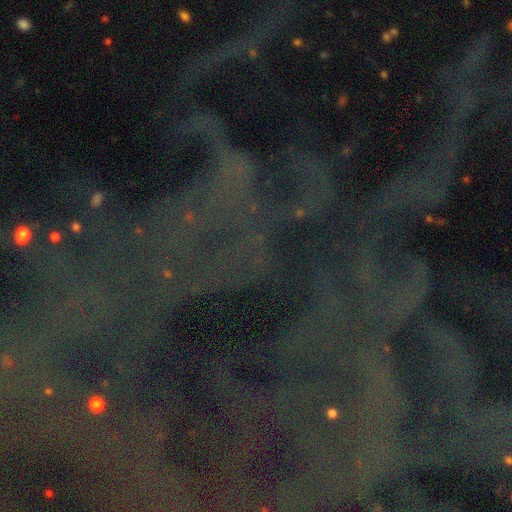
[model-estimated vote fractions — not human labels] Q: Smooth or featured?
A: star or artifact (82%); runner-up: featured or disk (9%)